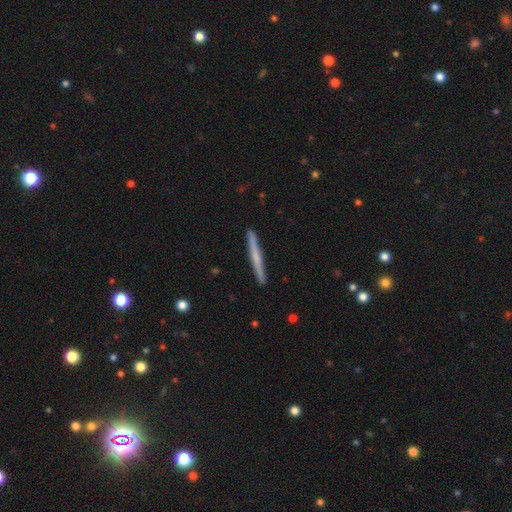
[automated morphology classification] Q: Smooth or featured?
A: featured or disk (49%); runner-up: smooth (46%)
Q: Merging?
A: none (92%); runner-up: minor disturbance (6%)